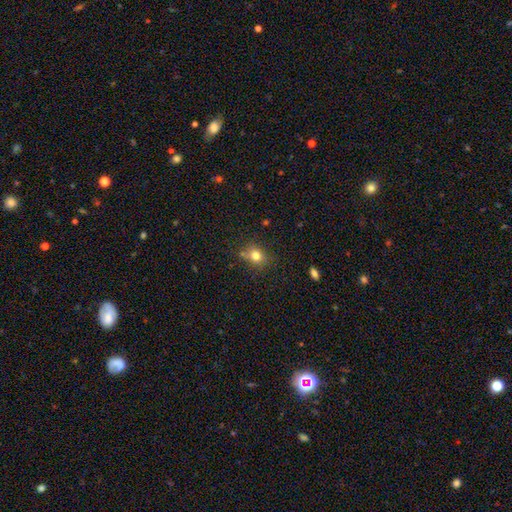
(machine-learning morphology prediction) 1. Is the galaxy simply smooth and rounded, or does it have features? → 77% smooth, 13% star or artifact, 10% featured or disk.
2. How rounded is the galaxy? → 63% round, 36% in between, 1% cigar-shaped.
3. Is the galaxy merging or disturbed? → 70% none, 17% minor disturbance, 8% merger, 5% major disturbance.